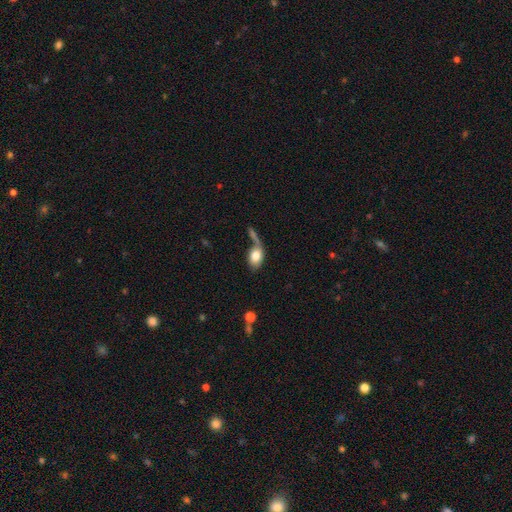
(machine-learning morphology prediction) Overall: smooth (74%). How rounded: in between (79%). Merging: none (34%; merger 29%).